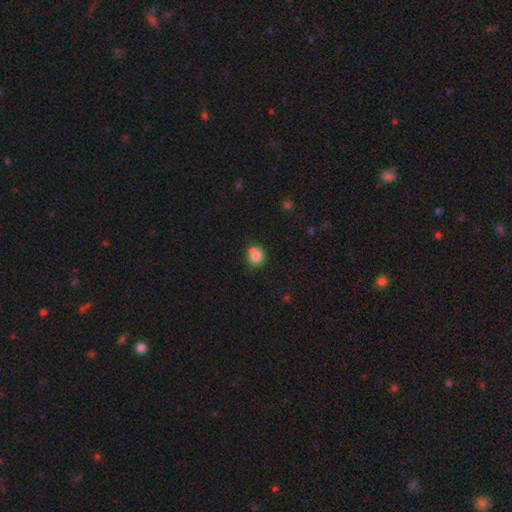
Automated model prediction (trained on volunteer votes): Q: Smooth or featured?
A: smooth (81%); runner-up: star or artifact (11%)
Q: How rounded?
A: round (78%); runner-up: in between (21%)
Q: Merging?
A: none (60%); runner-up: minor disturbance (20%)